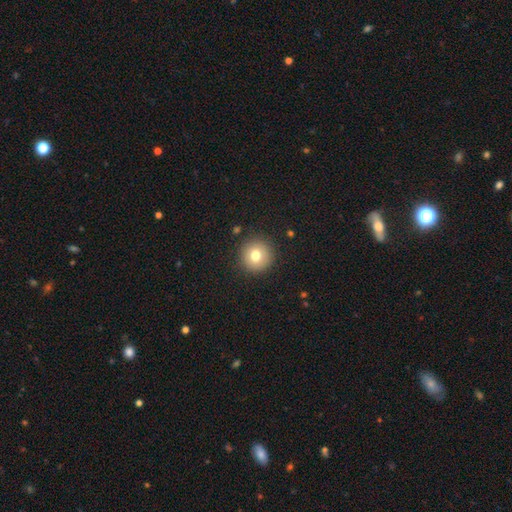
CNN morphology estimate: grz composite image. It shows a smooth galaxy with no disk features (76%) that is round (95%). Merging: none (90%).